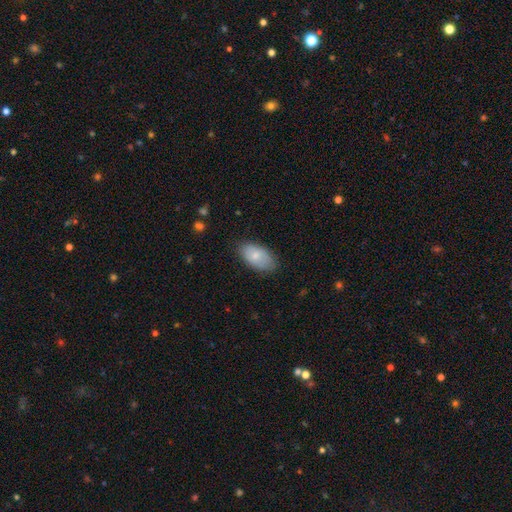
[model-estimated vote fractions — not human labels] Q: Smooth or featured?
A: smooth (75%); runner-up: featured or disk (18%)
Q: How rounded?
A: in between (94%); runner-up: round (4%)
Q: Merging?
A: none (77%); runner-up: minor disturbance (19%)